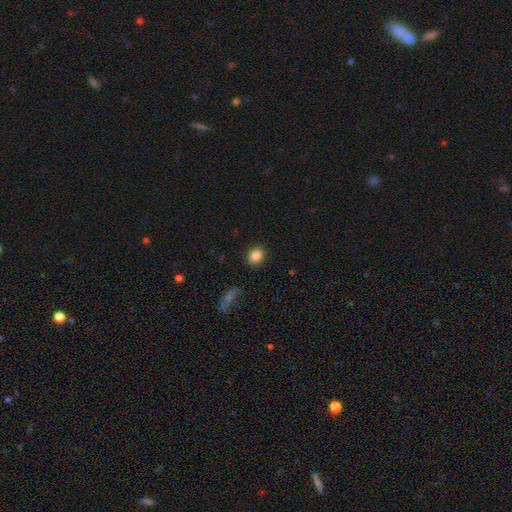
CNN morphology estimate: smooth 85%, star or artifact 10%, featured or disk 6%. Down the decision tree: how rounded — round (55%); merging — none (88%).